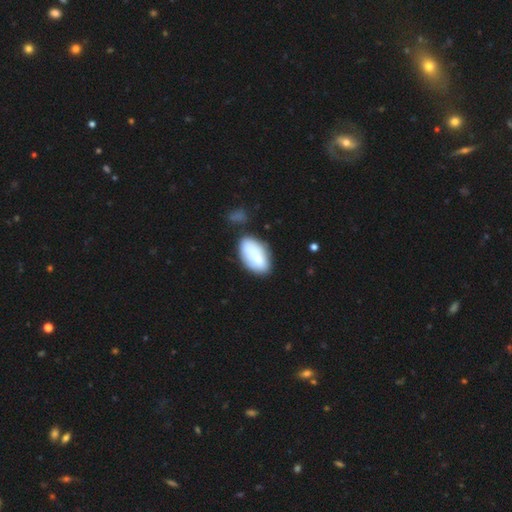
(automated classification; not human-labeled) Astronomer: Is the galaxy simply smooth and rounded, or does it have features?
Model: smooth — 74%.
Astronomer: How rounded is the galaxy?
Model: in between — 94%.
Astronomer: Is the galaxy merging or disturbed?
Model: none — 55%.